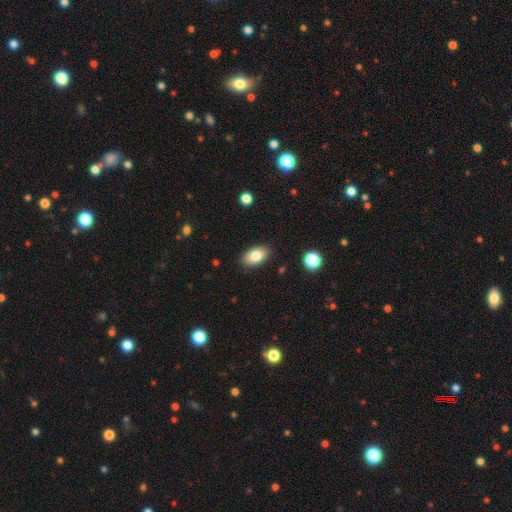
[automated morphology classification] Q: Smooth or featured?
A: smooth (82%); runner-up: featured or disk (10%)
Q: How rounded?
A: in between (92%); runner-up: round (5%)
Q: Merging?
A: none (87%); runner-up: minor disturbance (9%)